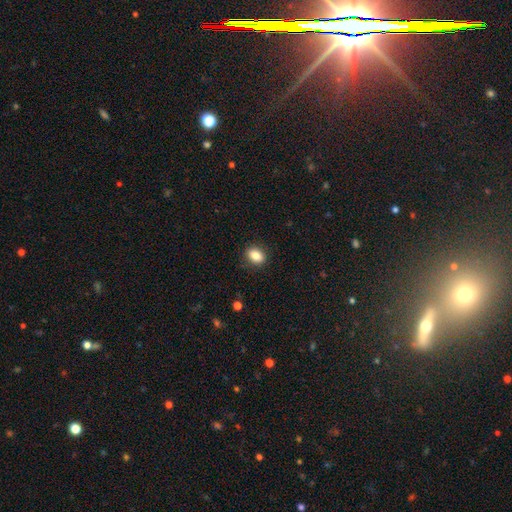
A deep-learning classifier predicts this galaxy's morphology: smooth_or_featured: smooth (p=0.85) [alt: star or artifact p=0.09]
how_rounded: in between (p=0.72) [alt: round p=0.27]
merging: none (p=0.88) [alt: minor disturbance p=0.09]